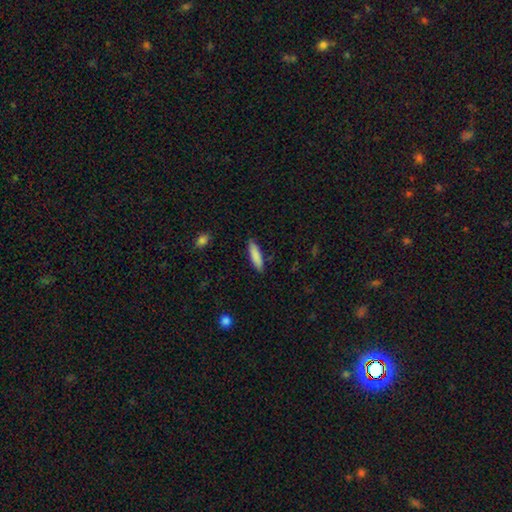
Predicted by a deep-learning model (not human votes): A smooth galaxy with no disk features (85%) that is cigar-shaped (70%).

Vote fractions:
- Smooth or featured? smooth: 85% / featured or disk: 9% / star or artifact: 6%
- How rounded? cigar-shaped: 70% / in between: 28% / round: 1%
- Merging? none: 87% / minor disturbance: 10% / major disturbance: 2% / merger: 1%